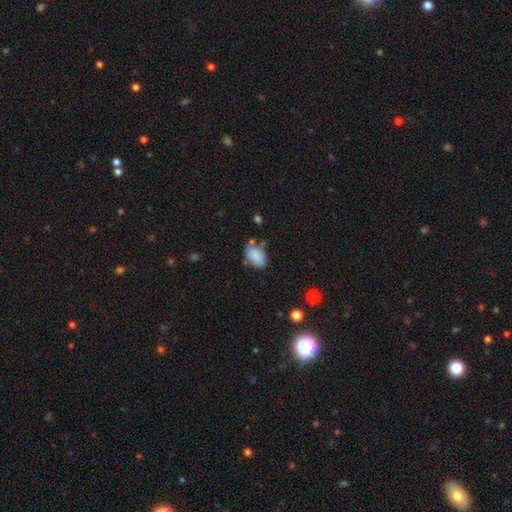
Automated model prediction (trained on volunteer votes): Smooth or featured? Predicted: smooth (p=0.83). How rounded? Predicted: in between (p=0.84). Merging? Predicted: none (p=0.58).